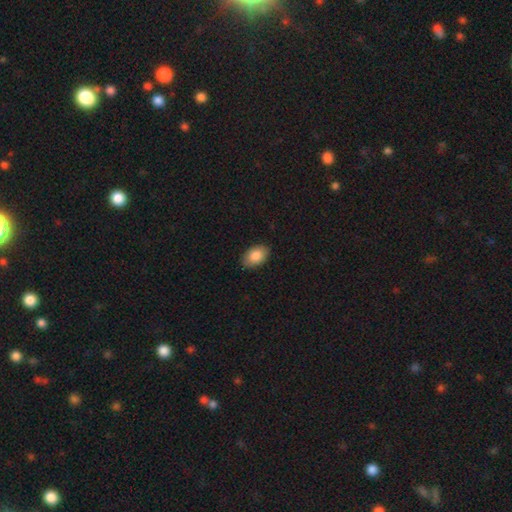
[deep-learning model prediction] This is clearly a smooth galaxy (85%). How rounded: clearly in between (90%). Merging: clearly none (86%).